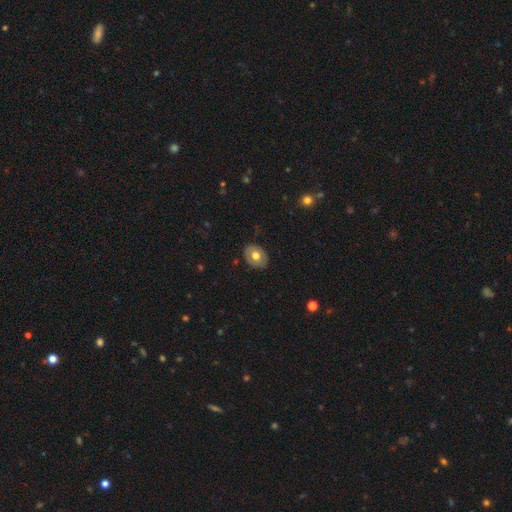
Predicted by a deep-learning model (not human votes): This is likely a smooth galaxy (61%). How rounded: likely in between (61%). Merging: clearly none (85%).